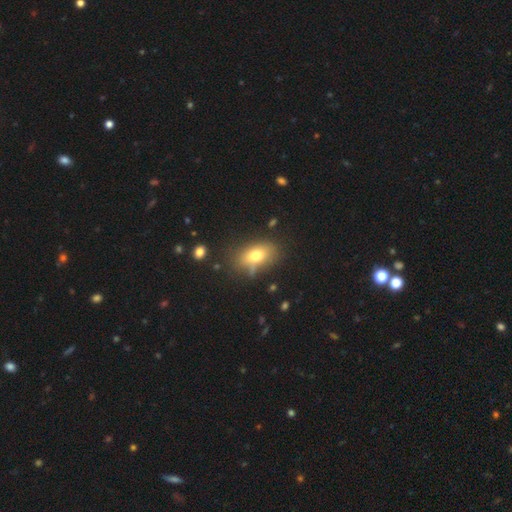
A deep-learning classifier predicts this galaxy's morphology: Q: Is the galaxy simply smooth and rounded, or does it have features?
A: smooth — 72%.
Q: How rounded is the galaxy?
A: in between — 82%.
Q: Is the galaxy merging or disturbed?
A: none — 67%.